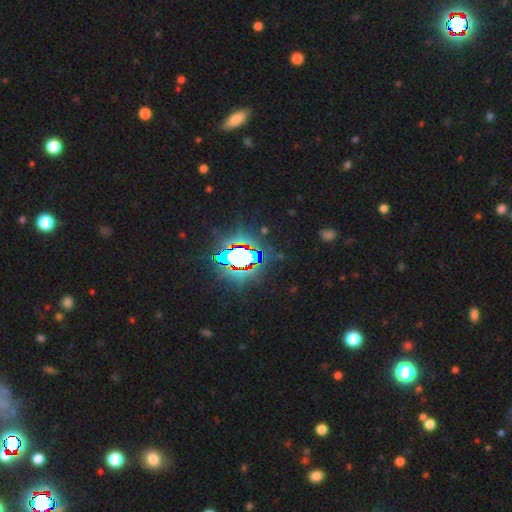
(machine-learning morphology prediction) The model was most divided on "smooth or featured": star or artifact: 80%, smooth: 11%, featured or disk: 9%.